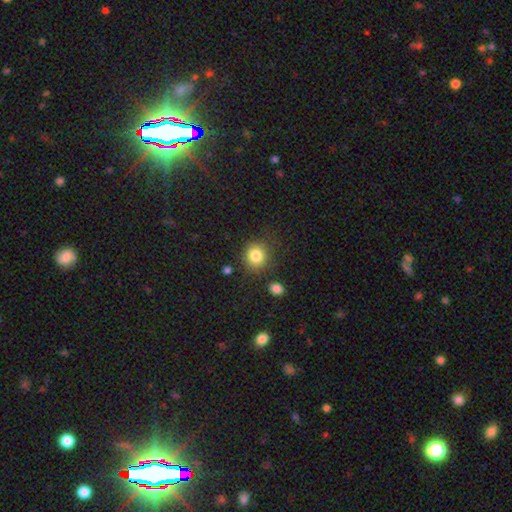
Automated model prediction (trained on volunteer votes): smooth-or-featured: smooth: 84% | star or artifact: 10% | featured or disk: 6%
  how-rounded: round: 85% | in between: 14% | cigar-shaped: 1%
  merging: none: 81% | minor disturbance: 11% | merger: 4% | major disturbance: 4%